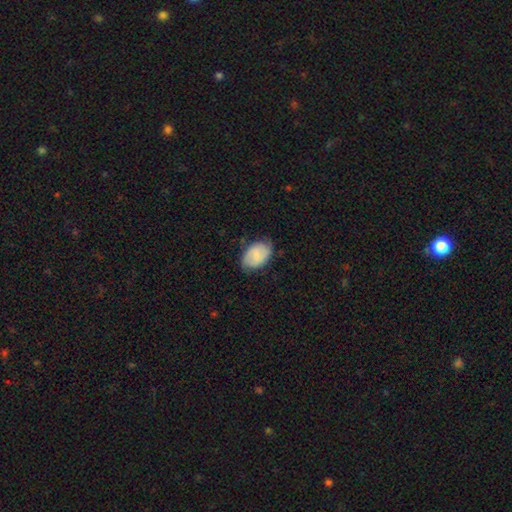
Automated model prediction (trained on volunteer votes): Overall: smooth (63%; featured or disk 30%). How rounded: in between (87%). Merging: none (73%).